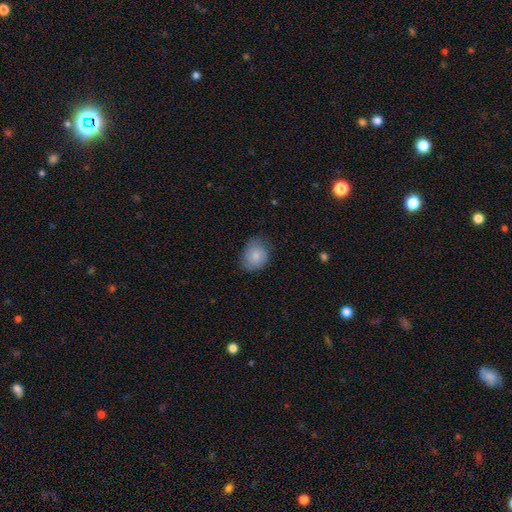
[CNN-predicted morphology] Q: Smooth or featured?
A: smooth (82%); runner-up: featured or disk (11%)
Q: How rounded?
A: in between (53%); runner-up: round (46%)
Q: Merging?
A: none (65%); runner-up: minor disturbance (27%)